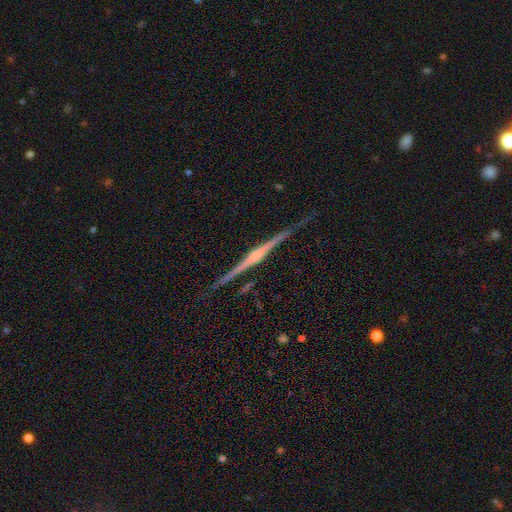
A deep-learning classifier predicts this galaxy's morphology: Smooth or featured? featured or disk (88%)
Edge-on disk? yes (98%)
Edge-on bulge? rounded (77%)
Merging? none (87%)